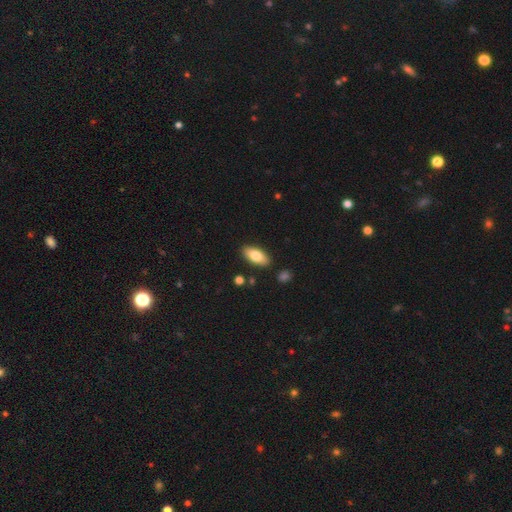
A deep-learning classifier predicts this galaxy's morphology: This appears to be a smooth galaxy with no disk features (79%) that is in between round and cigar-shaped (87%). Merging: none (87%).